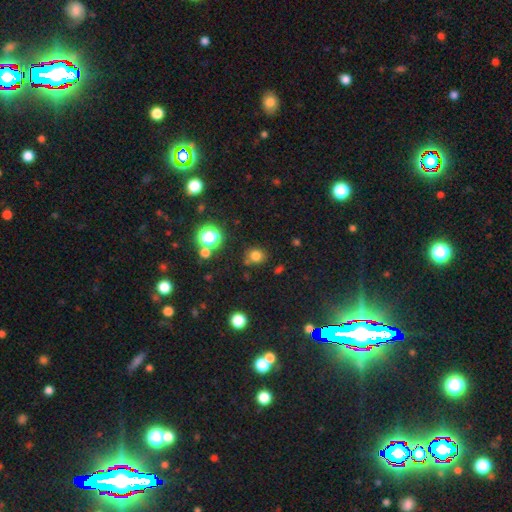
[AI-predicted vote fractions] The model was most divided on "smooth or featured": smooth: 75%, star or artifact: 19%, featured or disk: 6%. More confident: how rounded — round (79%); merging — none (76%).